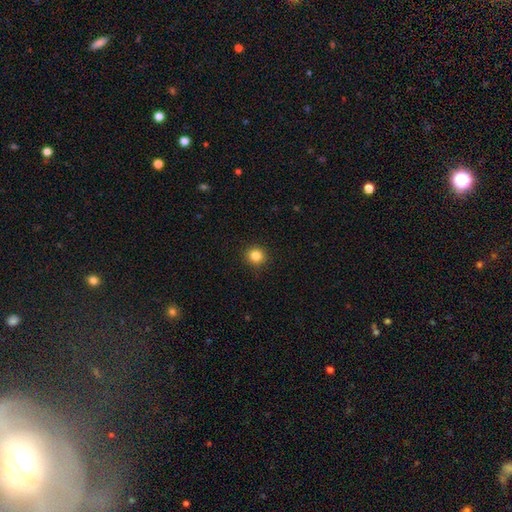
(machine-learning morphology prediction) smooth-or-featured: smooth: 83% | star or artifact: 12% | featured or disk: 5%
  how-rounded: round: 91% | in between: 8% | cigar-shaped: 1%
  merging: none: 92% | minor disturbance: 5% | major disturbance: 2% | merger: 1%